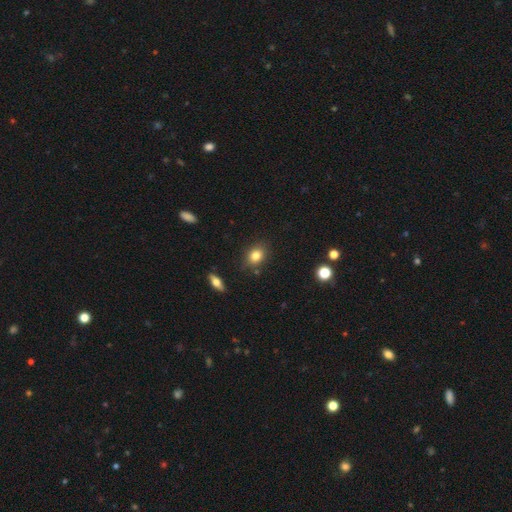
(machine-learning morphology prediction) A smooth galaxy with no disk features (81%) that is in between round and cigar-shaped (50%).

Vote fractions:
- Smooth or featured? smooth: 81% / star or artifact: 11% / featured or disk: 8%
- How rounded? in between: 50% / round: 48% / cigar-shaped: 2%
- Merging? none: 82% / minor disturbance: 12% / merger: 3% / major disturbance: 3%